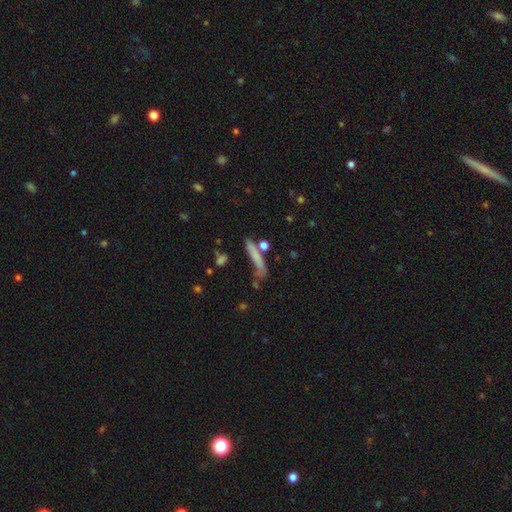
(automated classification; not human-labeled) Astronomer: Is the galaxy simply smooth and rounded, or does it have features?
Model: smooth — 68%.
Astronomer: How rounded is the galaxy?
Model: cigar-shaped — 88%.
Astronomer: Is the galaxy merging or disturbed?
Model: none — 61%.